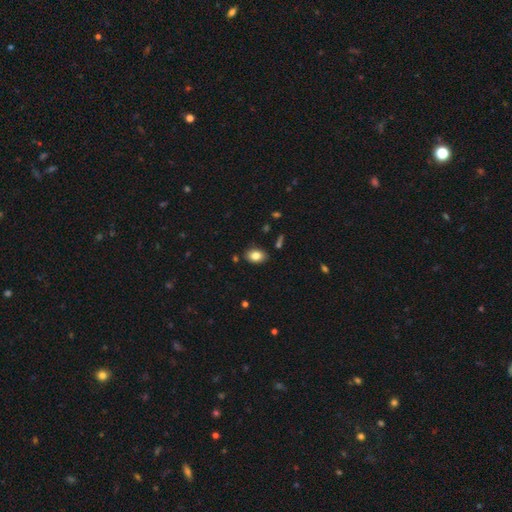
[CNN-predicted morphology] smooth_or_featured: smooth (p=0.82) [alt: featured or disk p=0.09]
how_rounded: in between (p=0.78) [alt: round p=0.21]
merging: none (p=0.84) [alt: minor disturbance p=0.11]